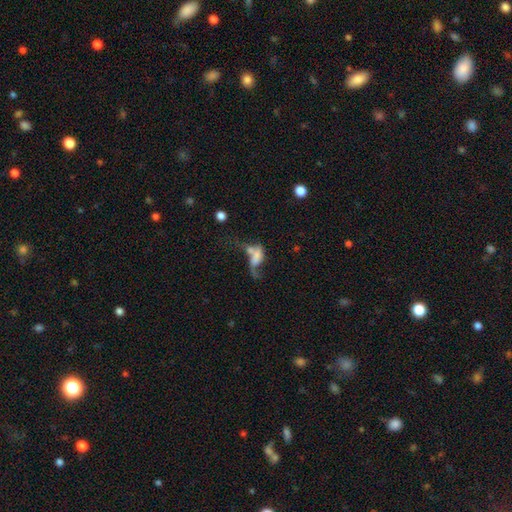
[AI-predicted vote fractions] Smooth or featured? Predicted: smooth (p=0.50). How rounded? Predicted: in between (p=0.79). Merging? Predicted: merger (p=0.43).